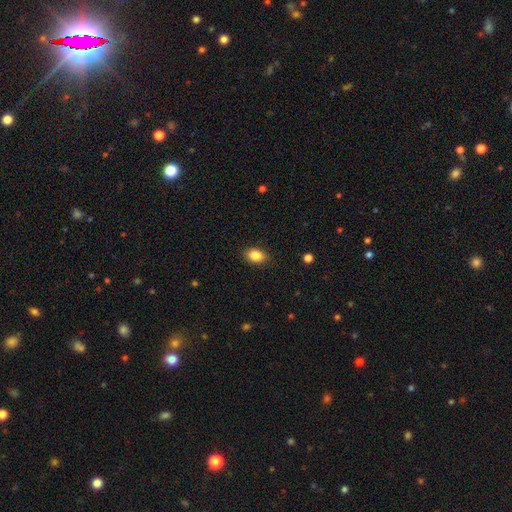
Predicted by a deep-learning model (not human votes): smooth 85%, star or artifact 9%, featured or disk 6%. Down the decision tree: how rounded — in between (77%); merging — none (87%).